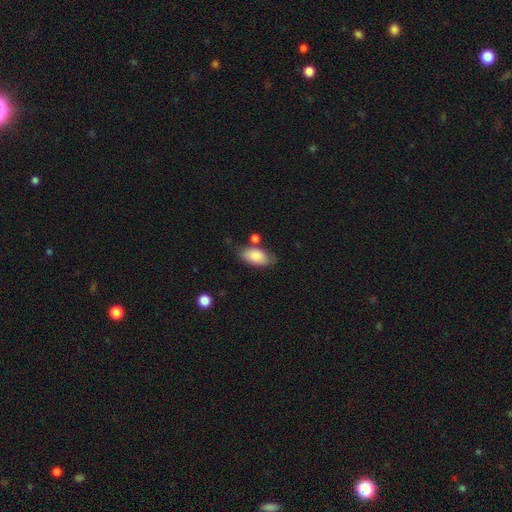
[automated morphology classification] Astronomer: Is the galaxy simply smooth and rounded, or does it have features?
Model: smooth — 84%.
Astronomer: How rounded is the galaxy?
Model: in between — 93%.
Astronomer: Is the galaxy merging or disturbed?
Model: none — 66%.